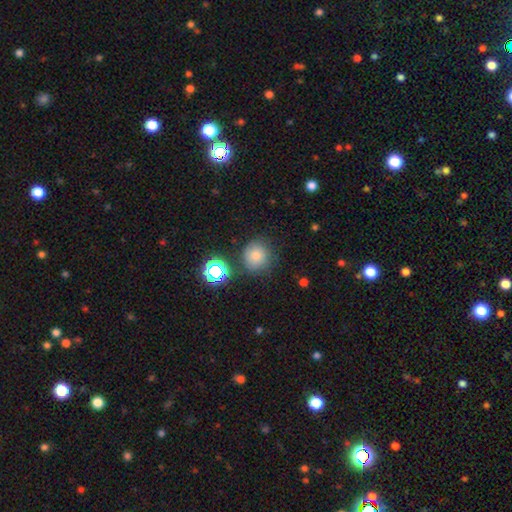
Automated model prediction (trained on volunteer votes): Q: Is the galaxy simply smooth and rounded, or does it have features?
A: smooth — 69%.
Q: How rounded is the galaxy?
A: round — 88%.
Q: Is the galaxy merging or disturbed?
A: none — 77%.